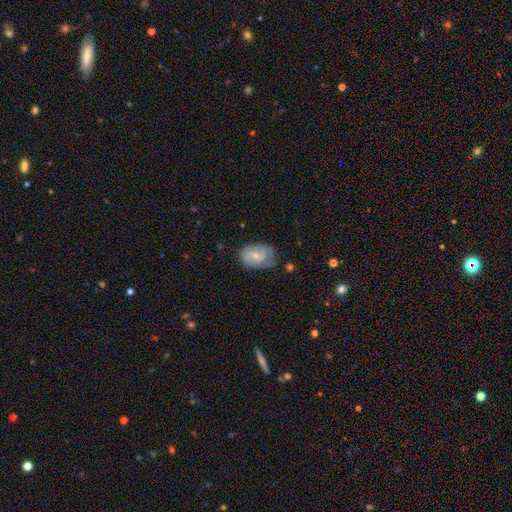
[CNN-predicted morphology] type=featured or disk (51%); edge-on=no (96%); merging=none (57%).